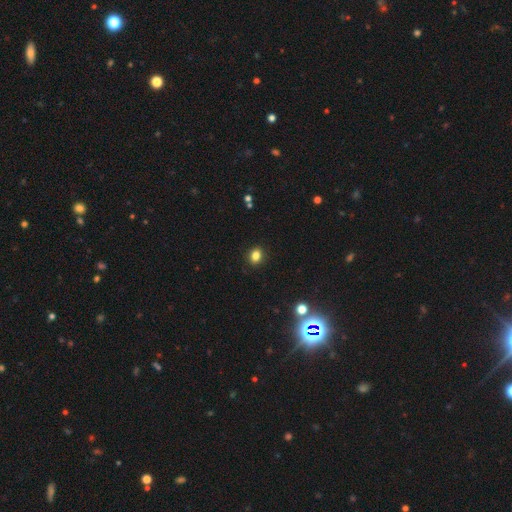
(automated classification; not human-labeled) Morphology: type=smooth (83%); roundness=in between (54%); merging=none (90%).